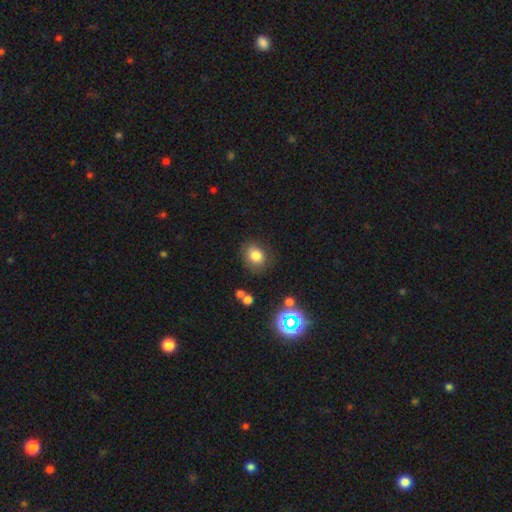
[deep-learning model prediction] The model was most divided on "how rounded": round: 57%, in between: 42%, cigar-shaped: 1%. More confident: merging — none (80%); smooth or featured — smooth (79%).